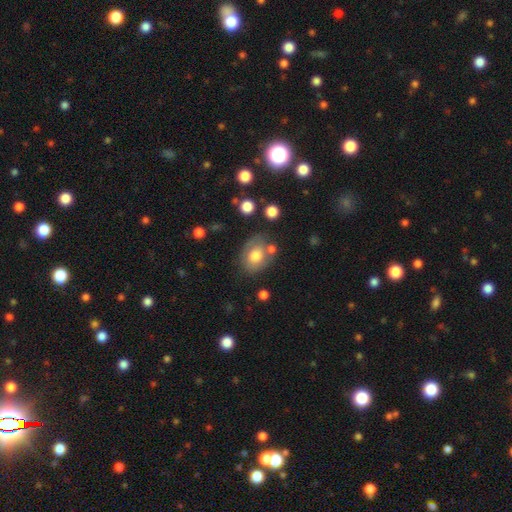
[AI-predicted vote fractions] Q: Smooth or featured?
A: smooth (69%); runner-up: featured or disk (22%)
Q: How rounded?
A: in between (61%); runner-up: round (38%)
Q: Merging?
A: none (61%); runner-up: minor disturbance (20%)